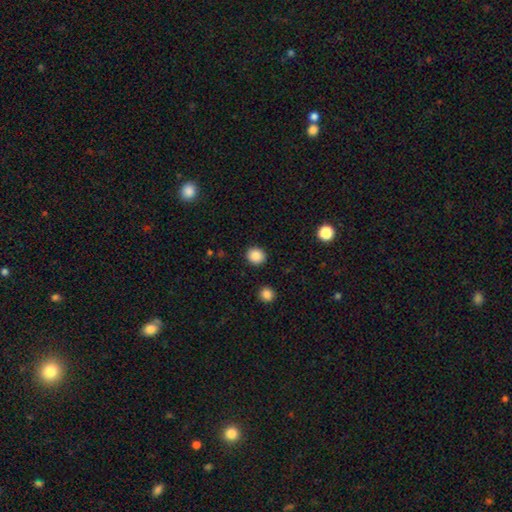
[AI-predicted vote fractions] Overall: smooth (87%). How rounded: round (80%). Merging: none (90%).